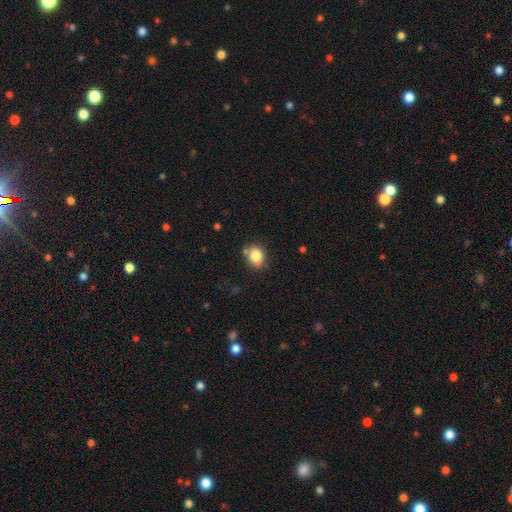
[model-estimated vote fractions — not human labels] A smooth galaxy with no disk features (82%) that is round (62%). Merging: none (70%).